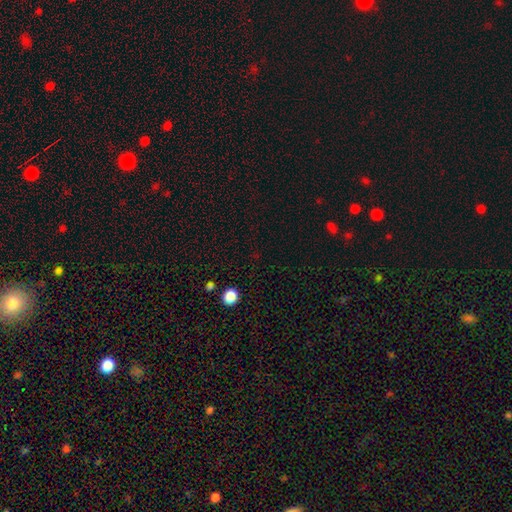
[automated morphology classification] Q: Smooth or featured?
A: smooth (51%); runner-up: star or artifact (43%)
Q: How rounded?
A: round (82%); runner-up: in between (16%)
Q: Merging?
A: none (85%); runner-up: minor disturbance (8%)